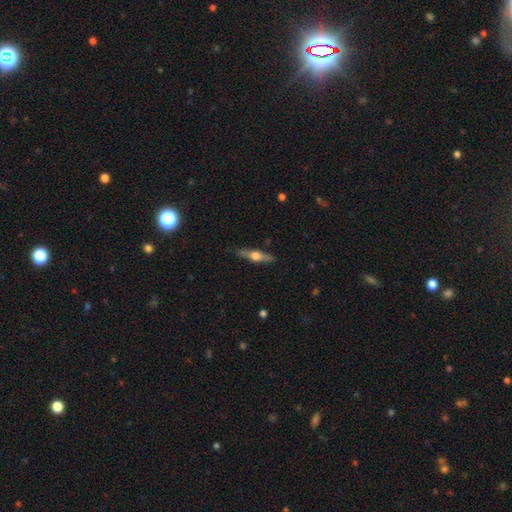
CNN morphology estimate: This appears to be a featured or disk galaxy (65%) viewed edge-on (96%) with a rounded central bulge (94%). Merging: none (86%).